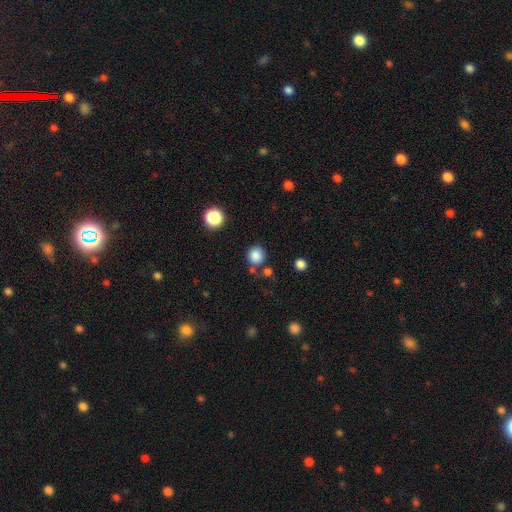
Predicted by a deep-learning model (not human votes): The model was most divided on "merging": none: 78%, minor disturbance: 10%, merger: 9%, major disturbance: 4%. More confident: how rounded — round (91%); smooth or featured — smooth (85%).